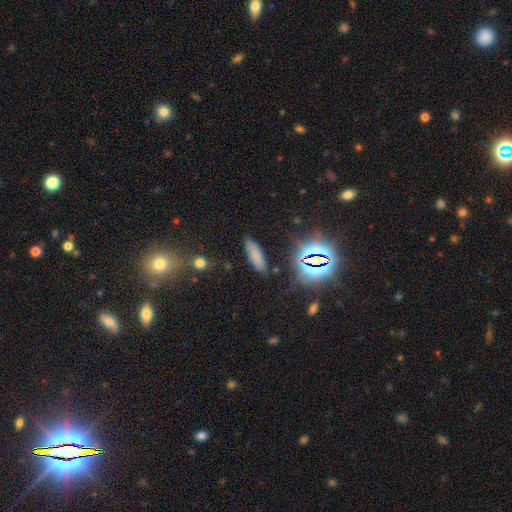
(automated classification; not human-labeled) This appears to be a smooth galaxy with no disk features (69%) that is cigar-shaped (51%). Merging: none (84%).